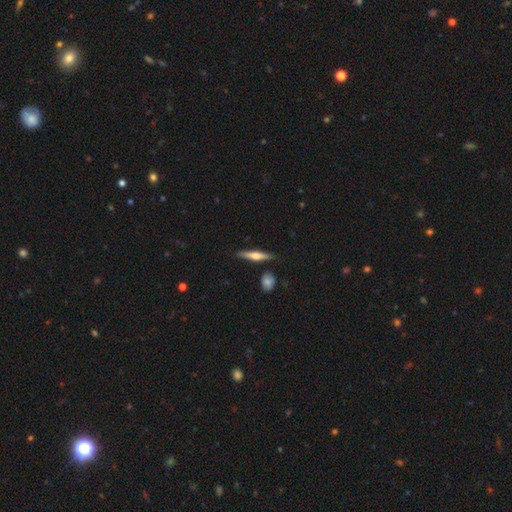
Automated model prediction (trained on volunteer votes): This appears to be a featured or disk galaxy (58%) viewed edge-on (96%) with a rounded central bulge (89%). Merging: none (86%).